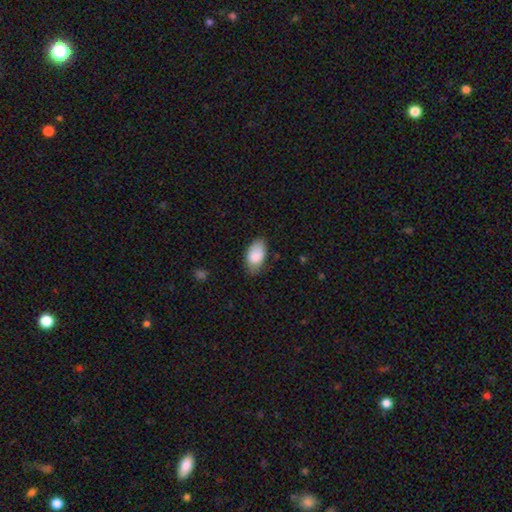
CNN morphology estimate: Smooth or featured: smooth — 86% (featured or disk — 7%)
How rounded: in between — 94% (round — 4%)
Merging: none — 69% (minor disturbance — 25%)